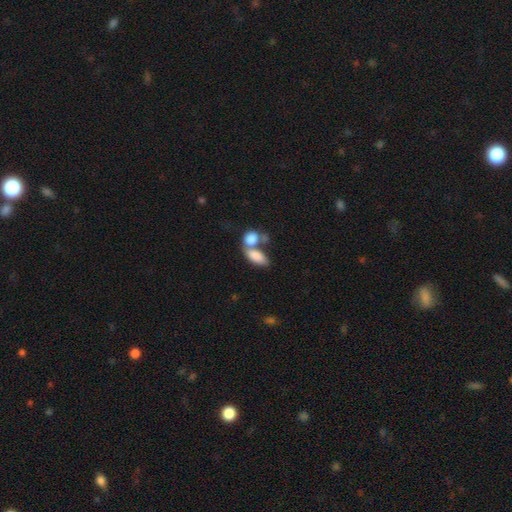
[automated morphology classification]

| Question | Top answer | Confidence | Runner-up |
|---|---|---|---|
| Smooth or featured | smooth | 82% | featured or disk (11%) |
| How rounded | in between | 88% | round (7%) |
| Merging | merger | 60% | none (26%) |